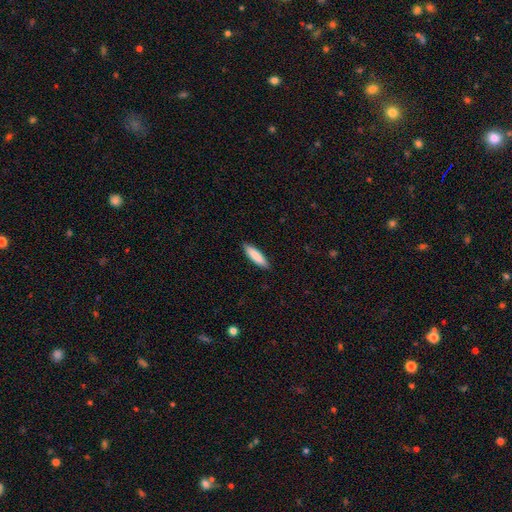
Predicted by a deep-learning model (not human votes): This is clearly a smooth galaxy (87%). How rounded: likely cigar-shaped (70%). Merging: clearly none (90%).